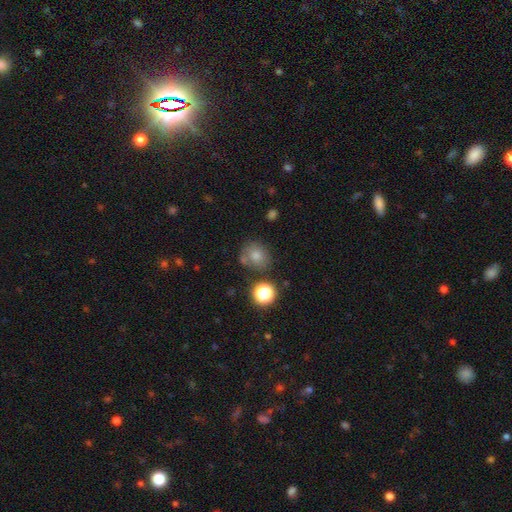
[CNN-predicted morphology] This is likely a smooth galaxy (75%). How rounded: likely round (76%). Merging: likely none (63%).